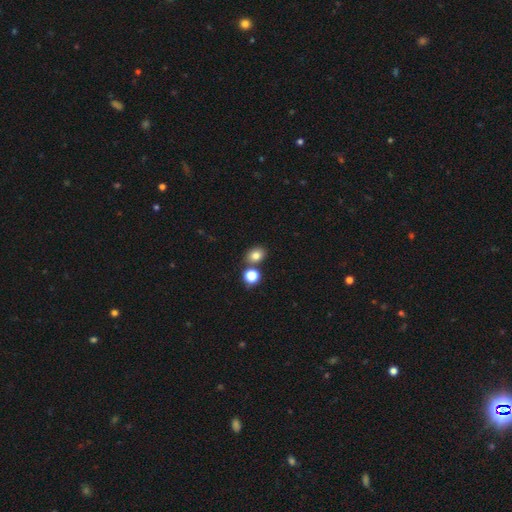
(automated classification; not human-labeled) A smooth galaxy with no disk features (80%) that is in between round and cigar-shaped (52%).

Vote fractions:
- Smooth or featured? smooth: 80% / star or artifact: 14% / featured or disk: 7%
- How rounded? in between: 52% / round: 47% / cigar-shaped: 1%
- Merging? none: 72% / merger: 16% / minor disturbance: 9% / major disturbance: 3%